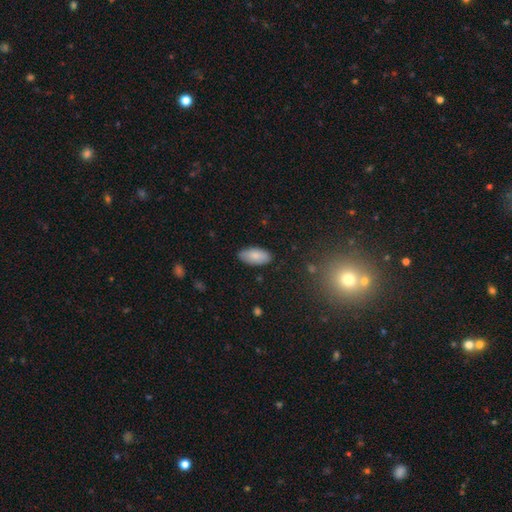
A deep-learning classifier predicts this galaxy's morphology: Smooth or featured? Predicted: smooth (p=0.84). How rounded? Predicted: in between (p=0.93). Merging? Predicted: none (p=0.83).